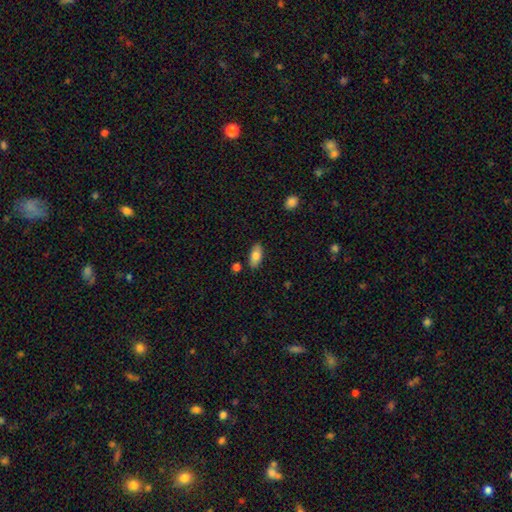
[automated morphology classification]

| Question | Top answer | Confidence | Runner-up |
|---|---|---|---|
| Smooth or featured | smooth | 79% | featured or disk (14%) |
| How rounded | in between | 90% | cigar-shaped (7%) |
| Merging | none | 85% | minor disturbance (10%) |